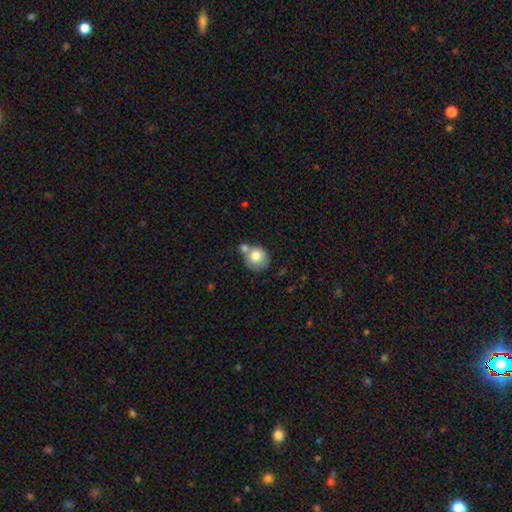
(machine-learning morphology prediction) This appears to be a smooth galaxy with no disk features (76%) that is round (81%). Merging: none (41%).